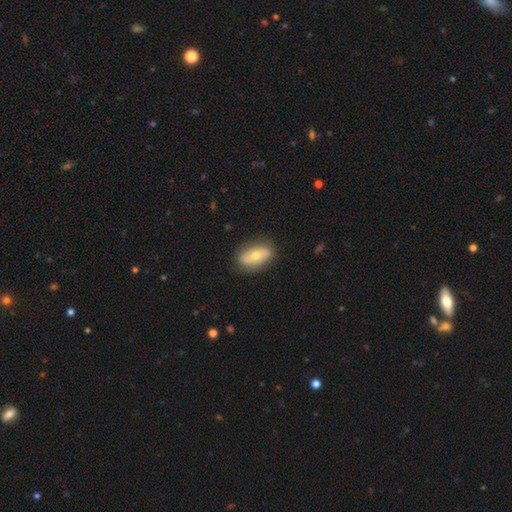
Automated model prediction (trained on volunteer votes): smooth_or_featured: smooth (p=0.53) [alt: featured or disk p=0.41]
how_rounded: in between (p=0.90) [alt: round p=0.07]
merging: none (p=0.79) [alt: minor disturbance p=0.16]